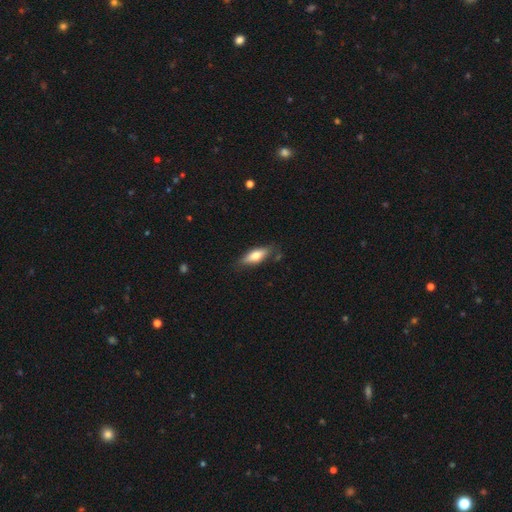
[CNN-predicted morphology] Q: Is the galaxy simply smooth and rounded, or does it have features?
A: smooth — 62%.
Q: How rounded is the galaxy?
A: in between — 56%.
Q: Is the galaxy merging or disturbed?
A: none — 79%.